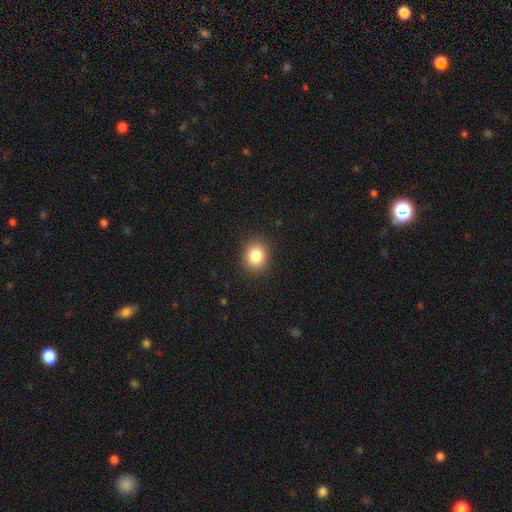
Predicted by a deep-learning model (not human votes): smooth 85%, star or artifact 10%, featured or disk 6%. Down the decision tree: how rounded — round (63%); merging — none (89%).